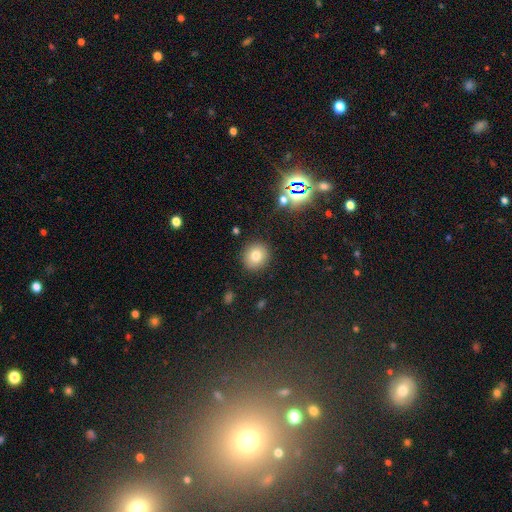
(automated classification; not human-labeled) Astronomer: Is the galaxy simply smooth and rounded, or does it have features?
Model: smooth — 77%.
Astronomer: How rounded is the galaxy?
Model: round — 83%.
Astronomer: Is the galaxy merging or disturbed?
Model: none — 89%.